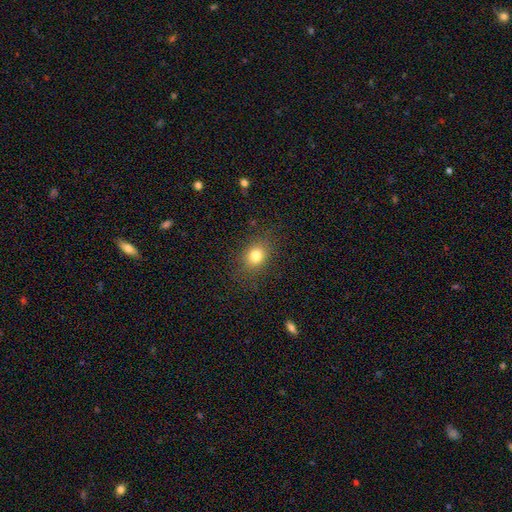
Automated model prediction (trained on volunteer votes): This appears to be a smooth galaxy with no disk features (80%) that is round (52%). Merging: none (84%).